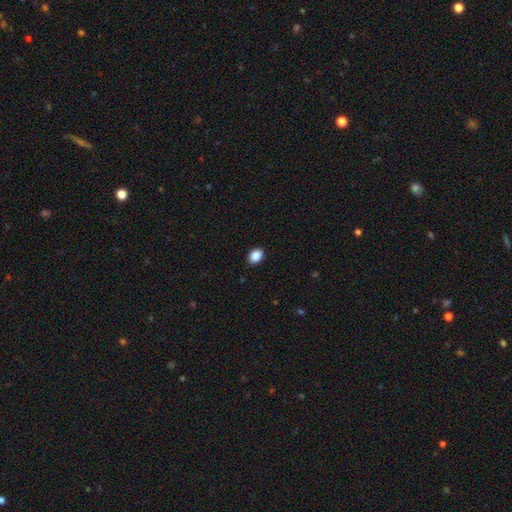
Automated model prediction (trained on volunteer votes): Smooth or featured?
  - smooth: 88% *
  - star or artifact: 9%
  - featured or disk: 4%
How rounded?
  - in between: 65% *
  - round: 34%
  - cigar-shaped: 1%
Merging?
  - none: 91% *
  - minor disturbance: 7%
  - major disturbance: 2%
  - merger: 1%